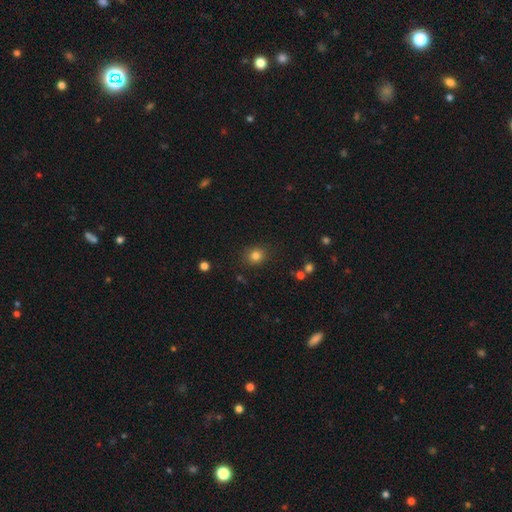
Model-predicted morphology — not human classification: A smooth galaxy with no disk features (82%) that is round (77%).

Vote fractions:
- Smooth or featured? smooth: 82% / star or artifact: 13% / featured or disk: 6%
- How rounded? round: 77% / in between: 22% / cigar-shaped: 1%
- Merging? none: 86% / minor disturbance: 9% / major disturbance: 3% / merger: 2%